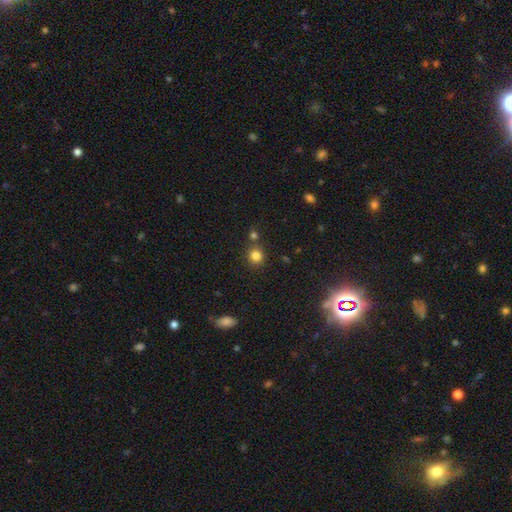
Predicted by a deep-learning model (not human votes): Smooth or featured? smooth (81%)
How rounded? round (88%)
Merging? none (75%)